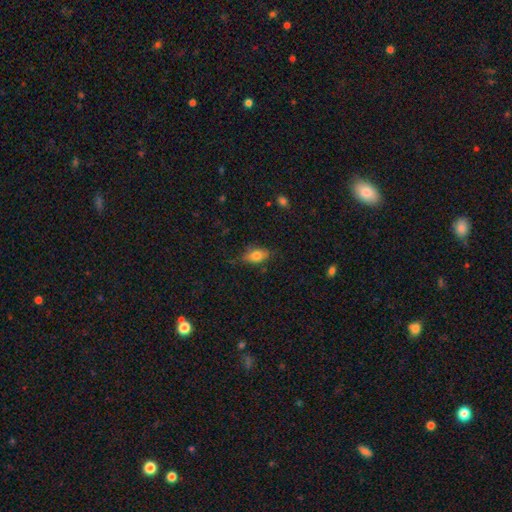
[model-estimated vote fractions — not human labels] Smooth or featured?
  - smooth: 78% *
  - featured or disk: 14%
  - star or artifact: 8%
How rounded?
  - in between: 85% *
  - round: 9%
  - cigar-shaped: 5%
Merging?
  - none: 74% *
  - minor disturbance: 20%
  - major disturbance: 4%
  - merger: 1%